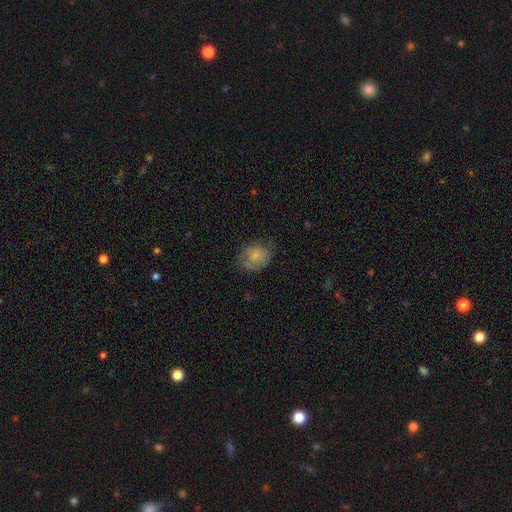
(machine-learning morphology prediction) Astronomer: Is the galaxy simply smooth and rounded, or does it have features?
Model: smooth — 65%.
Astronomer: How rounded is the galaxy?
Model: round — 60% (runner-up: in between, 39%).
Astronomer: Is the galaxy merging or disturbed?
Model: none — 53% (runner-up: minor disturbance, 29%).